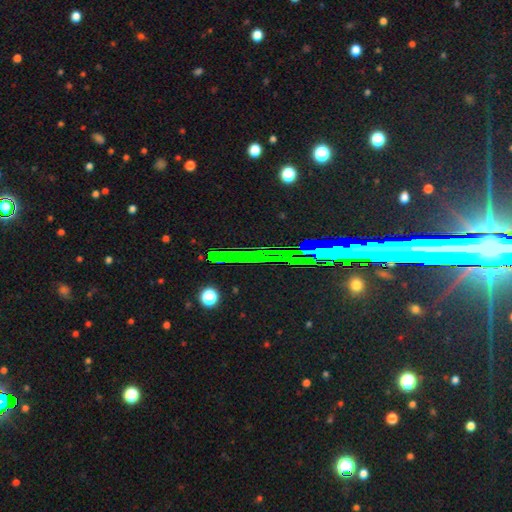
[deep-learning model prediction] star or artifact 66%, featured or disk 23%, smooth 11%.